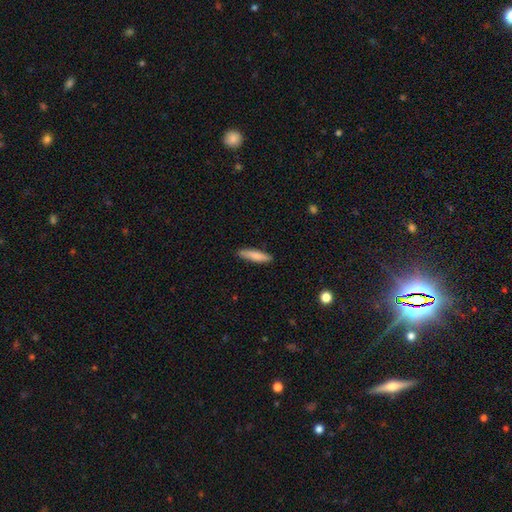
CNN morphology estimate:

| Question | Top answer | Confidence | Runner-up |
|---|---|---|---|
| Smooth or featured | smooth | 82% | featured or disk (13%) |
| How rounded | cigar-shaped | 79% | in between (20%) |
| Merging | none | 87% | minor disturbance (10%) |